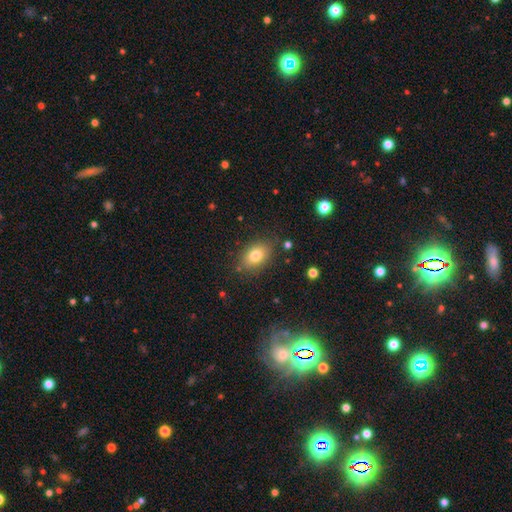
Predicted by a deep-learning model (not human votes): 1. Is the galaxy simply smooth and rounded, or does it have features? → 79% smooth, 11% featured or disk, 10% star or artifact.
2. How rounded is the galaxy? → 80% in between, 18% round, 2% cigar-shaped.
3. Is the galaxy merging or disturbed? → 82% none, 13% minor disturbance, 4% major disturbance, 2% merger.